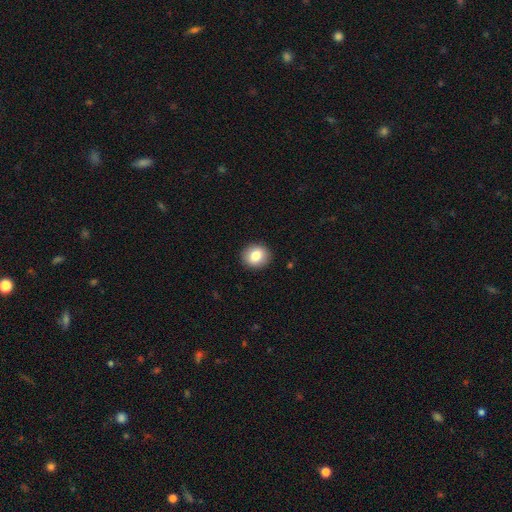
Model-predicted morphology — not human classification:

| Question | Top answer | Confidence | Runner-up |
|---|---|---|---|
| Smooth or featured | smooth | 82% | featured or disk (10%) |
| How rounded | round | 77% | in between (22%) |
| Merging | none | 91% | minor disturbance (6%) |